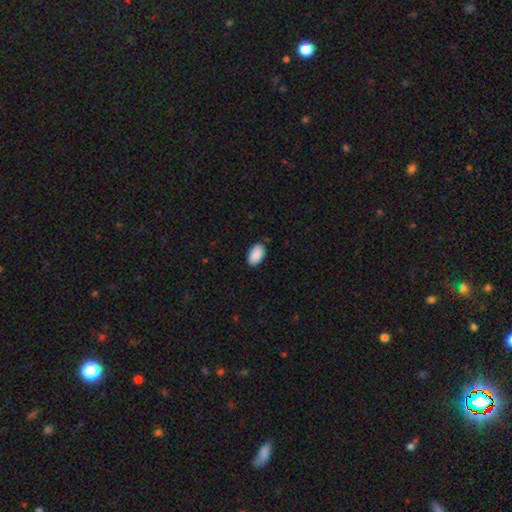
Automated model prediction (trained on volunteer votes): This is clearly a smooth galaxy (90%). How rounded: clearly in between (95%). Merging: clearly none (86%).